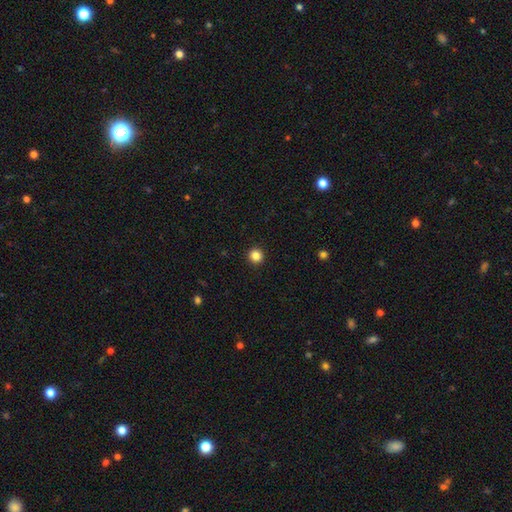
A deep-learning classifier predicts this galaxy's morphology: Q: Smooth or featured?
A: smooth (85%); runner-up: star or artifact (11%)
Q: How rounded?
A: round (95%); runner-up: in between (4%)
Q: Merging?
A: none (94%); runner-up: minor disturbance (4%)